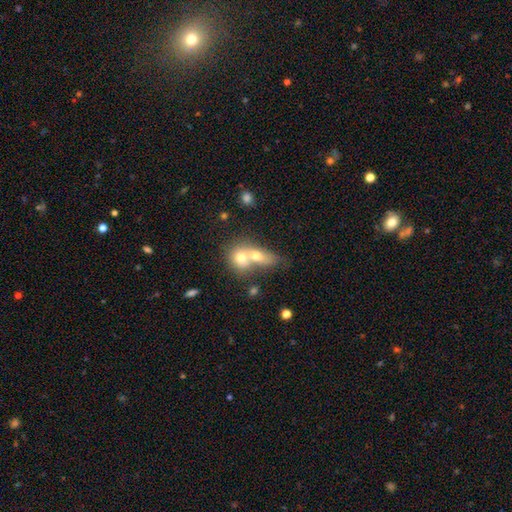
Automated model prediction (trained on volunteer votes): Smooth or featured? Predicted: smooth (p=0.69). How rounded? Predicted: in between (p=0.53). Merging? Predicted: merger (p=0.74).